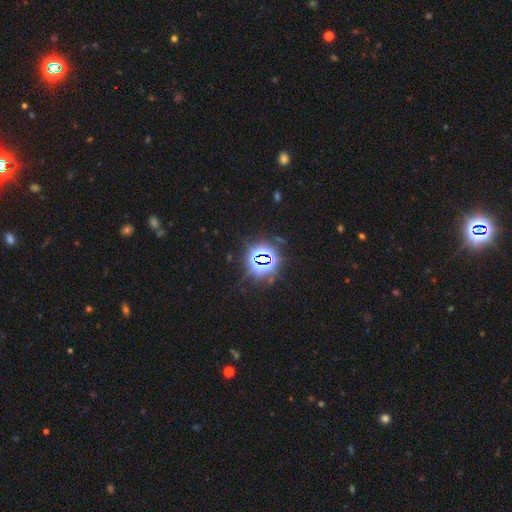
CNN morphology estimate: Q: Smooth or featured?
A: star or artifact (80%); runner-up: smooth (12%)